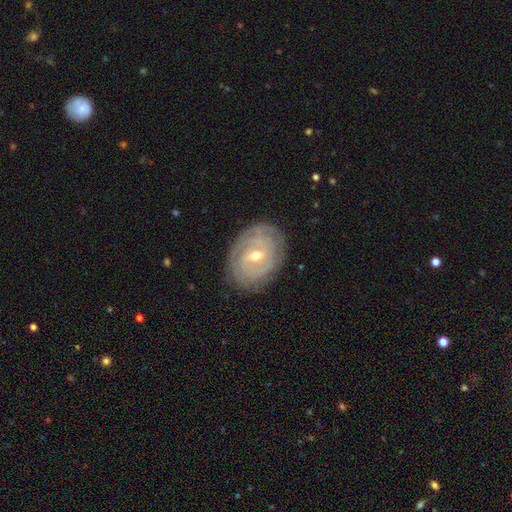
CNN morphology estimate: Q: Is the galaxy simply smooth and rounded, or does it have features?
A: featured or disk — 82%.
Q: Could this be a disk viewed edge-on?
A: no — 96%.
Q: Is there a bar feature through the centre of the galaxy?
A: weak — 46%.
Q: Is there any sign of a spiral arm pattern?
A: yes — 91%.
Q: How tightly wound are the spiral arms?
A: tight — 76%.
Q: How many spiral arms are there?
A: can't tell — 37%.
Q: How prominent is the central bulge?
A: moderate — 53%.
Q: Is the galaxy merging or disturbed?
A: none — 82%.